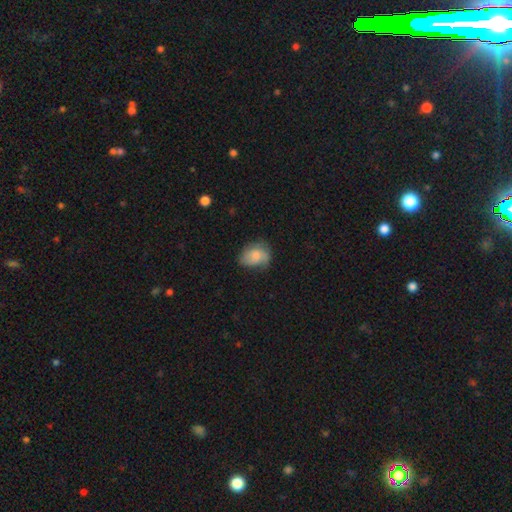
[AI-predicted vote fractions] smooth 68%, featured or disk 24%, star or artifact 8%. Down the decision tree: how rounded — in between (63%); merging — none (50%).